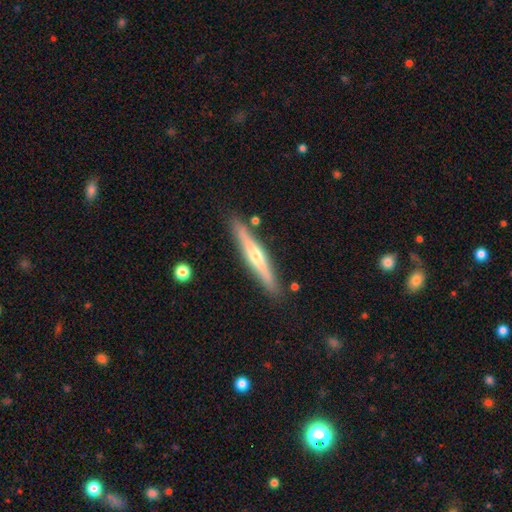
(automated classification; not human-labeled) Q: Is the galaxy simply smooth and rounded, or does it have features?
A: featured or disk — 64%.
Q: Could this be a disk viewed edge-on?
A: yes — 96%.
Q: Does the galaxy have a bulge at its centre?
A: rounded — 85%.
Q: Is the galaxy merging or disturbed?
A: none — 87%.